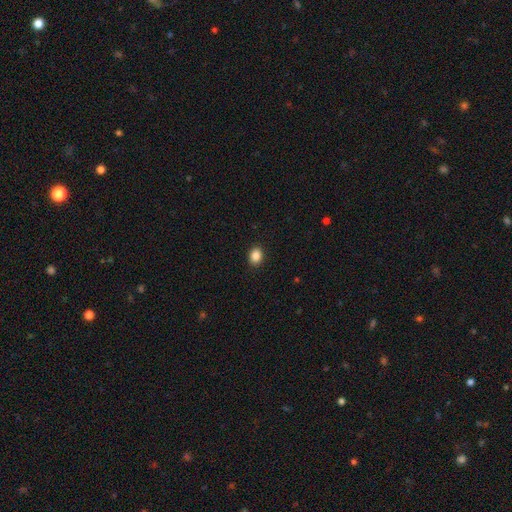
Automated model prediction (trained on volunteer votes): This appears to be a smooth galaxy with no disk features (88%) that is in between round and cigar-shaped (54%). Merging: none (91%).